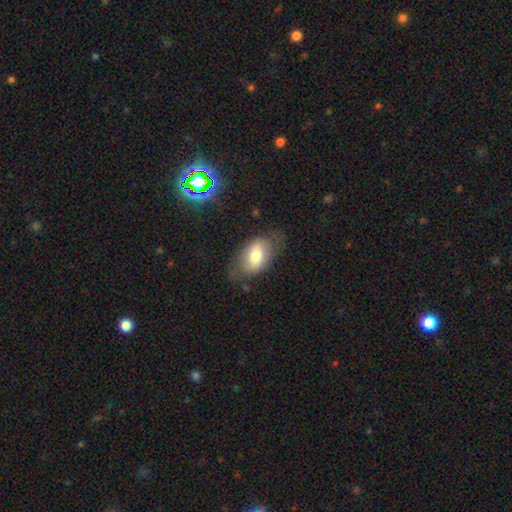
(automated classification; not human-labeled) Smooth or featured: smooth — 62% (featured or disk — 31%)
How rounded: in between — 90% (round — 8%)
Merging: none — 65% (minor disturbance — 22%)